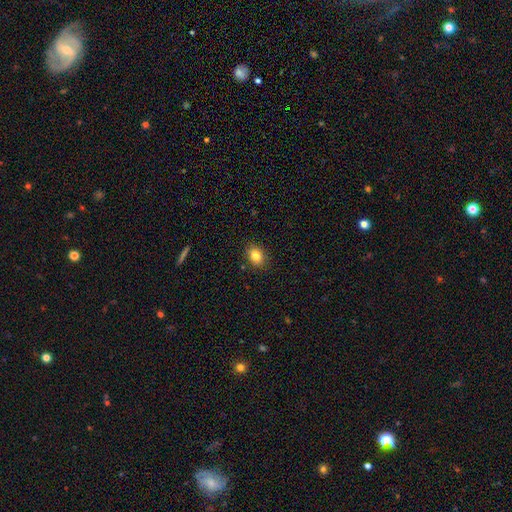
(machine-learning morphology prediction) A smooth galaxy with no disk features (84%) that is in between round and cigar-shaped (66%). Merging: none (88%).